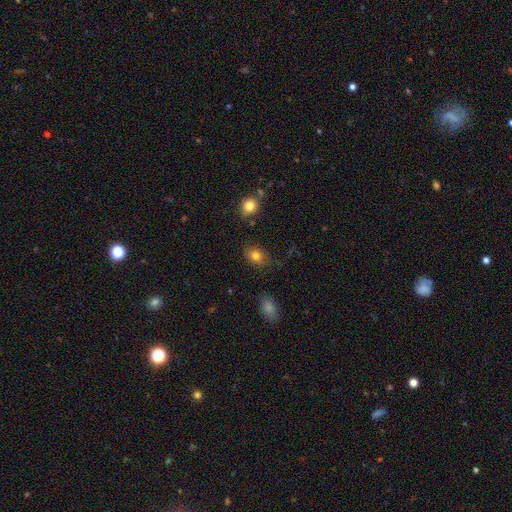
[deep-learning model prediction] This is clearly a smooth galaxy (81%). How rounded: possibly in between (55%). Merging: likely none (75%).